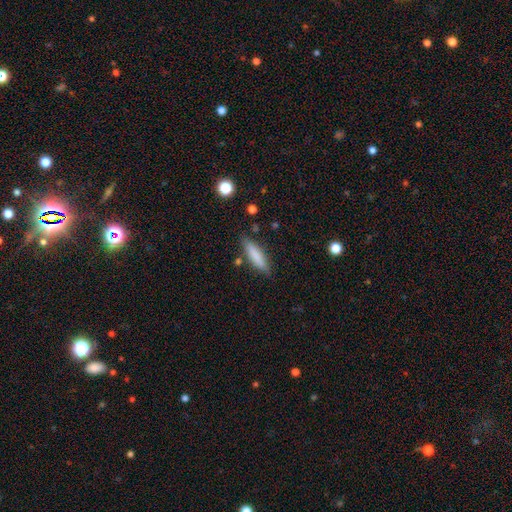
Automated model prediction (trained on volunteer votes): This is likely a smooth galaxy (79%). How rounded: likely cigar-shaped (75%). Merging: clearly none (82%).